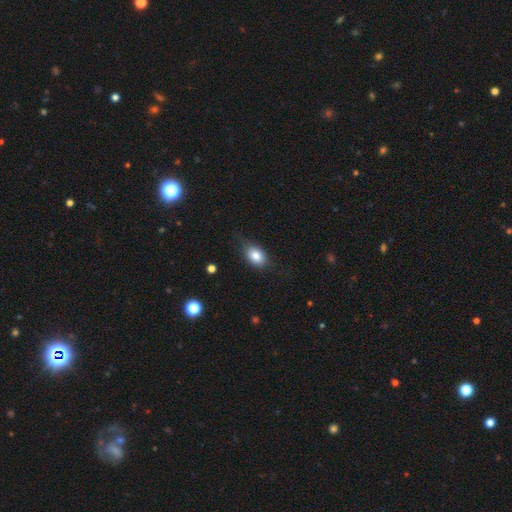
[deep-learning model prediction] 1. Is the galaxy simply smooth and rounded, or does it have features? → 81% smooth, 10% featured or disk, 8% star or artifact.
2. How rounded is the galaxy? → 80% in between, 18% round, 2% cigar-shaped.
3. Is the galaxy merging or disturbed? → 69% none, 22% minor disturbance, 7% major disturbance, 1% merger.